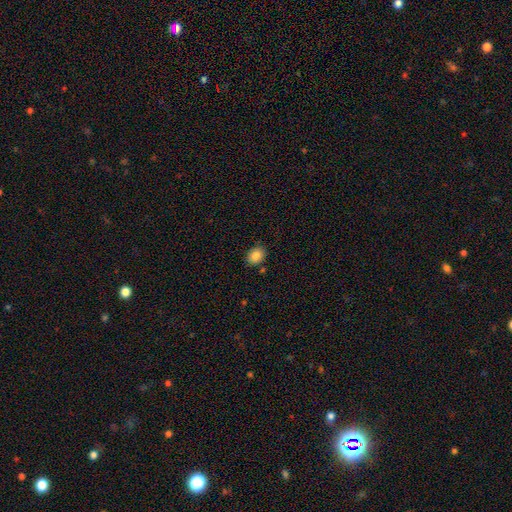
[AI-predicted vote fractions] Q: Smooth or featured?
A: smooth (85%); runner-up: star or artifact (9%)
Q: How rounded?
A: in between (62%); runner-up: round (38%)
Q: Merging?
A: none (84%); runner-up: minor disturbance (11%)